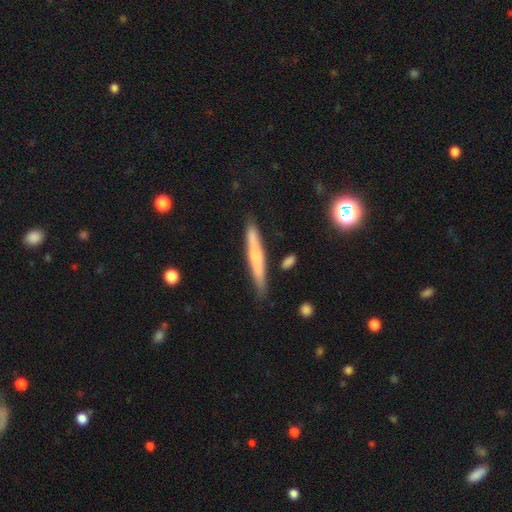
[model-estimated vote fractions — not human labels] A smooth galaxy with no disk features (52%) that is cigar-shaped (94%).

Vote fractions:
- Smooth or featured? smooth: 52% / featured or disk: 41% / star or artifact: 7%
- How rounded? cigar-shaped: 94% / in between: 4% / round: 2%
- Merging? none: 84% / minor disturbance: 11% / merger: 2% / major disturbance: 2%